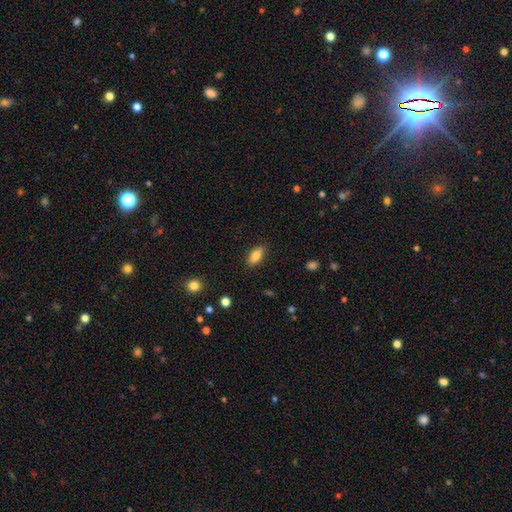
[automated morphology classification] smooth-or-featured: smooth: 85% | featured or disk: 8% | star or artifact: 8%
  how-rounded: in between: 87% | cigar-shaped: 10% | round: 3%
  merging: none: 86% | minor disturbance: 11% | major disturbance: 3% | merger: 1%